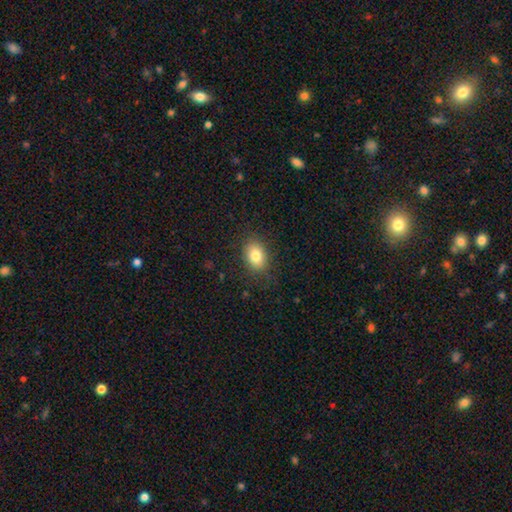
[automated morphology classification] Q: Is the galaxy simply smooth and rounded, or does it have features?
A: smooth — 82%.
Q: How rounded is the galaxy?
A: in between — 78%.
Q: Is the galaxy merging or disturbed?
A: none — 85%.